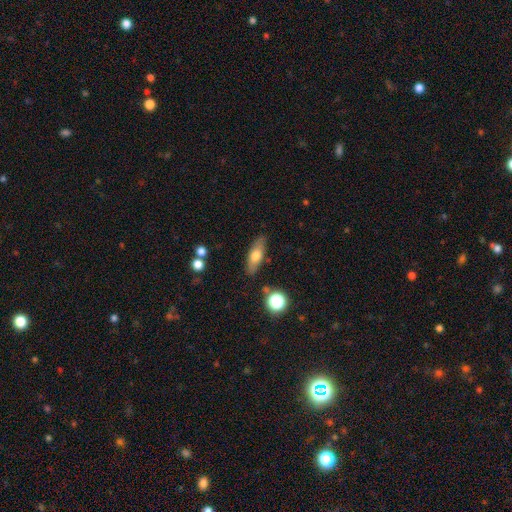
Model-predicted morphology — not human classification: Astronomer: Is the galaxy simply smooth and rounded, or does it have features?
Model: smooth — 62%.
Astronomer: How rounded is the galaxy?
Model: in between — 60% (runner-up: cigar-shaped, 36%).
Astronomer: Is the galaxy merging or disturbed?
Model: none — 84%.